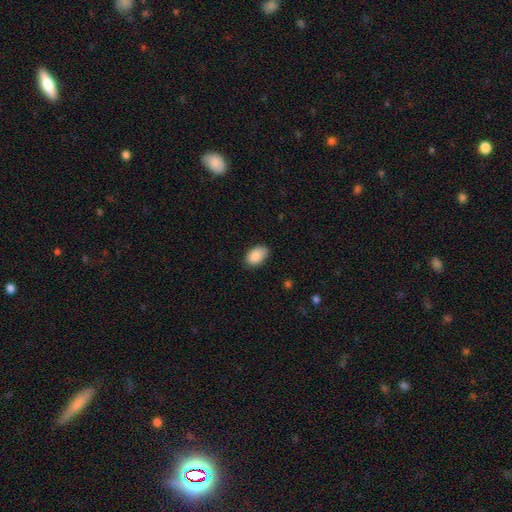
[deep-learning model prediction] smooth_or_featured: smooth (p=0.89) [alt: star or artifact p=0.07]
how_rounded: in between (p=0.91) [alt: round p=0.08]
merging: none (p=0.81) [alt: minor disturbance p=0.15]